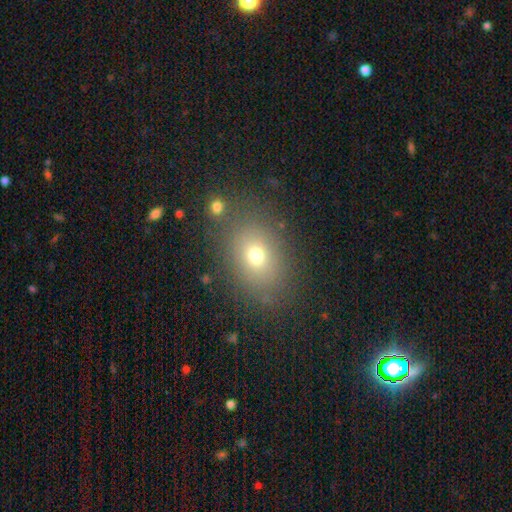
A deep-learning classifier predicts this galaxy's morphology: type=smooth (69%); roundness=in between (64%); merging=none (81%).